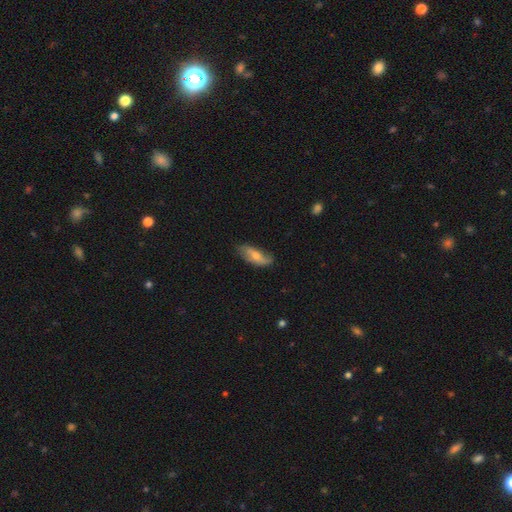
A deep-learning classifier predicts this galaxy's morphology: A smooth galaxy with no disk features (53%) that is in between round and cigar-shaped (77%).

Vote fractions:
- Smooth or featured? smooth: 53% / featured or disk: 40% / star or artifact: 6%
- How rounded? in between: 77% / cigar-shaped: 20% / round: 3%
- Merging? none: 59% / minor disturbance: 30% / major disturbance: 9% / merger: 2%